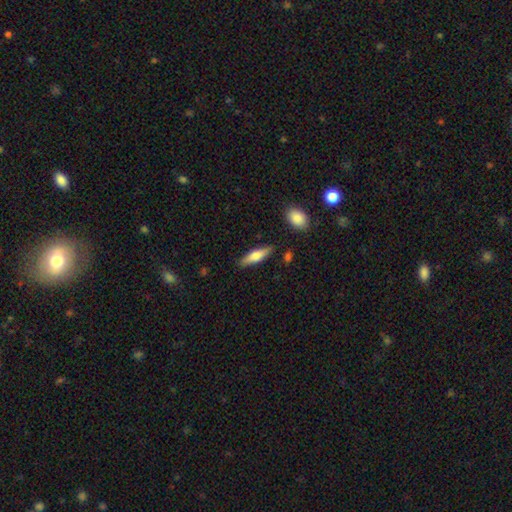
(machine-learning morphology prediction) Q: Smooth or featured?
A: smooth (60%); runner-up: featured or disk (34%)
Q: How rounded?
A: cigar-shaped (64%); runner-up: in between (34%)
Q: Merging?
A: none (84%); runner-up: minor disturbance (11%)